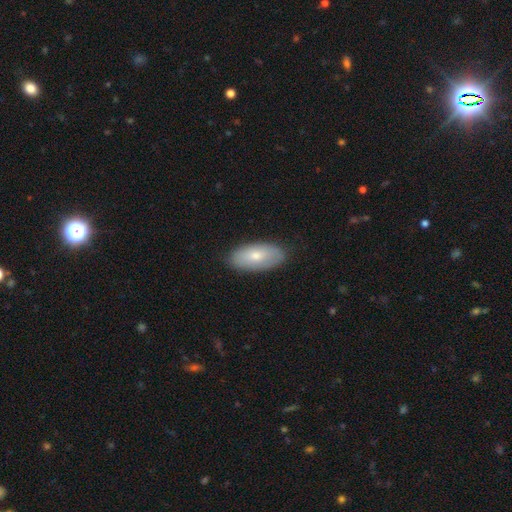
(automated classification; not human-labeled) A smooth galaxy with no disk features (69%) that is in between round and cigar-shaped (92%).

Vote fractions:
- Smooth or featured? smooth: 69% / featured or disk: 25% / star or artifact: 6%
- How rounded? in between: 92% / cigar-shaped: 5% / round: 3%
- Merging? none: 83% / minor disturbance: 14% / major disturbance: 3% / merger: 1%